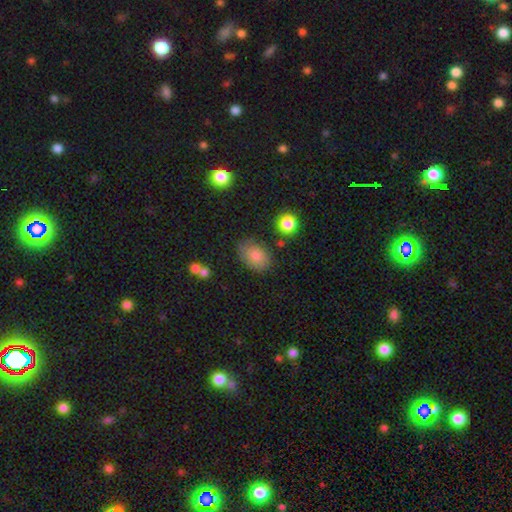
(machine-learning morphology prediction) A smooth galaxy with no disk features (79%) that is in between round and cigar-shaped (85%).

Vote fractions:
- Smooth or featured? smooth: 79% / featured or disk: 12% / star or artifact: 9%
- How rounded? in between: 85% / round: 14% / cigar-shaped: 1%
- Merging? none: 71% / minor disturbance: 20% / major disturbance: 5% / merger: 4%